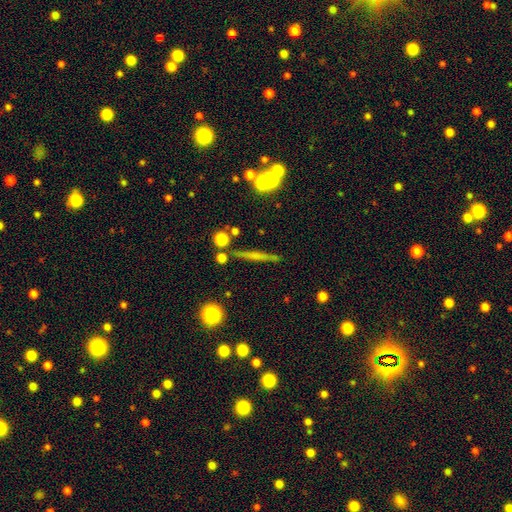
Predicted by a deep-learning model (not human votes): A featured or disk galaxy (48%).

Vote fractions:
- Smooth or featured? featured or disk: 48% / smooth: 41% / star or artifact: 12%
- Merging? none: 83% / minor disturbance: 9% / merger: 5% / major disturbance: 3%